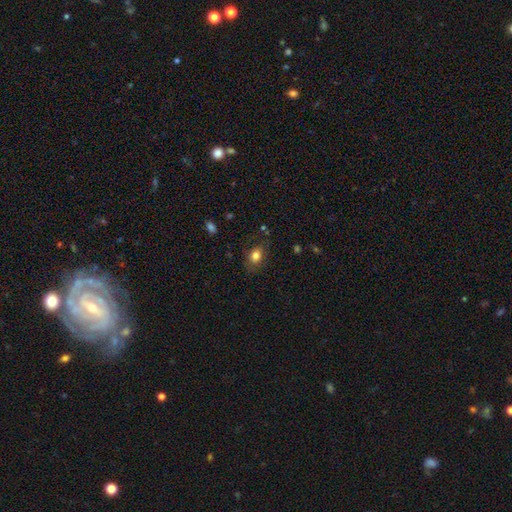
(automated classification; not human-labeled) Smooth or featured? Predicted: smooth (p=0.79). How rounded? Predicted: in between (p=0.62). Merging? Predicted: none (p=0.74).